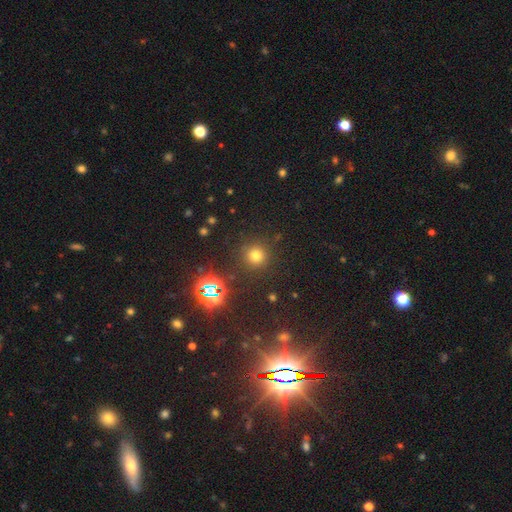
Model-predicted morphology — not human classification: smooth-or-featured: smooth: 69% | star or artifact: 25% | featured or disk: 7%
  how-rounded: round: 94% | in between: 5% | cigar-shaped: 1%
  merging: none: 88% | minor disturbance: 7% | major disturbance: 3% | merger: 2%